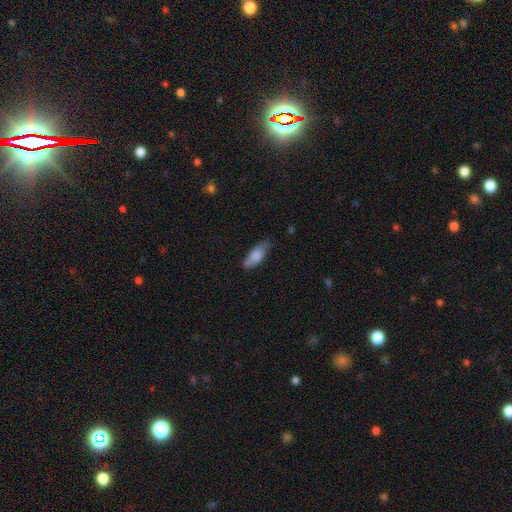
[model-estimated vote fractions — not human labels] This is likely a smooth galaxy (77%). How rounded: likely in between (70%). Merging: likely none (68%).